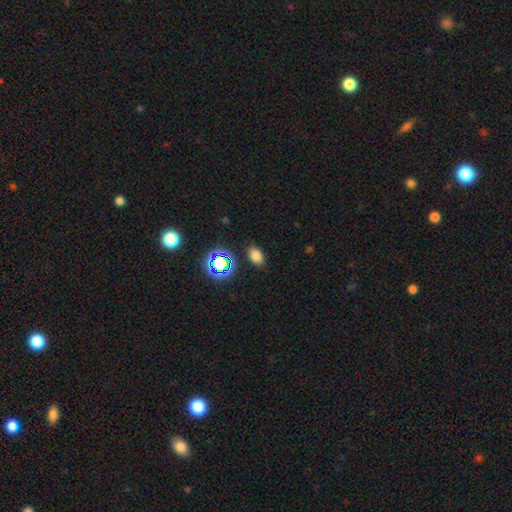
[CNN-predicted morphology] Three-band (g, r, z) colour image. It shows a smooth galaxy with no disk features (74%) that is in between round and cigar-shaped (83%). Merging: none (84%).